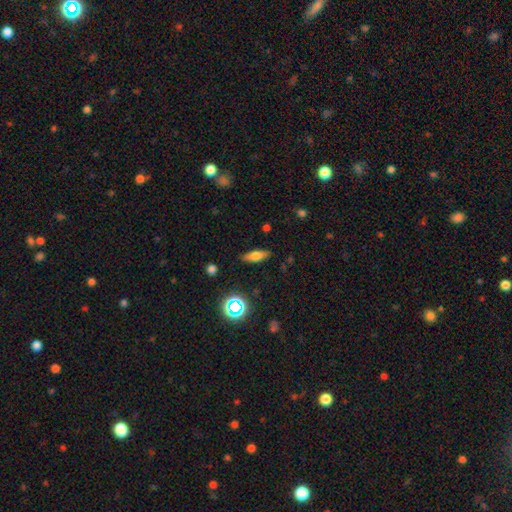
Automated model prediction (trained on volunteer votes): This is likely a smooth galaxy (63%). How rounded: possibly in between (55%). Merging: clearly none (86%).